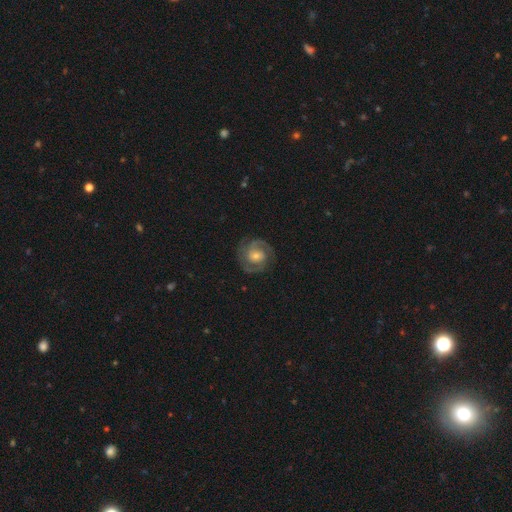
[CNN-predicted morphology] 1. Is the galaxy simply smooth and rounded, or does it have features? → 85% featured or disk, 9% smooth, 5% star or artifact.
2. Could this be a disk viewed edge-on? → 98% no, 2% yes.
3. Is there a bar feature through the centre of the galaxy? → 55% no, 36% weak, 9% strong.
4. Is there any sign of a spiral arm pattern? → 96% yes, 4% no.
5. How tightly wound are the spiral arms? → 53% tight, 40% medium, 7% loose.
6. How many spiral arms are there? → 83% 2, 6% 3, 5% can't tell, 2% 1, 2% 4, 2% more than 4.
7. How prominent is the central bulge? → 51% moderate, 41% small, 5% large, 3% none, 1% dominant.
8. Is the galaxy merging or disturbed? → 83% none, 12% minor disturbance, 4% major disturbance, 1% merger.